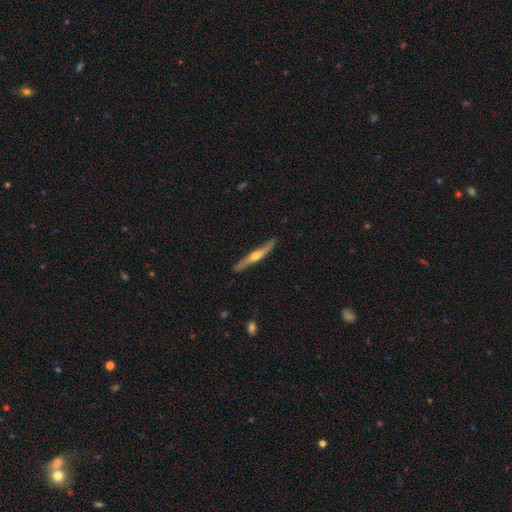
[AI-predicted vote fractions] Morphology: type=featured or disk (66%); edge-on=yes (95%); edge-on bulge=rounded (88%); merging=none (86%).